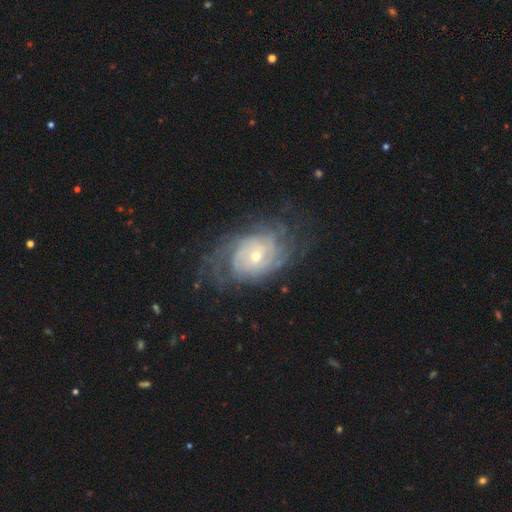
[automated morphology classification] Q: Smooth or featured?
A: featured or disk (85%); runner-up: smooth (9%)
Q: Edge-on disk?
A: no (96%); runner-up: yes (4%)
Q: Bar?
A: no (74%); runner-up: weak (21%)
Q: Spiral arms?
A: yes (94%); runner-up: no (6%)
Q: Spiral winding?
A: tight (70%); runner-up: medium (23%)
Q: Spiral arm count?
A: can't tell (43%); runner-up: more than 4 (14%)
Q: Bulge size?
A: small (62%); runner-up: moderate (34%)
Q: Merging?
A: none (69%); runner-up: minor disturbance (18%)